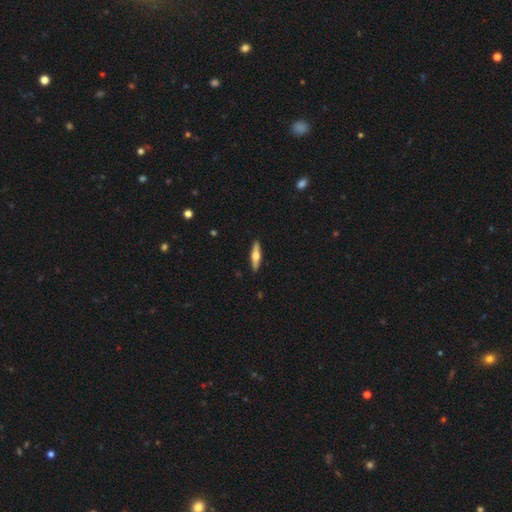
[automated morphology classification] The model was most divided on "smooth or featured": featured or disk: 51%, smooth: 44%, star or artifact: 5%. More confident: edge-on disk — yes (94%); merging — none (91%).